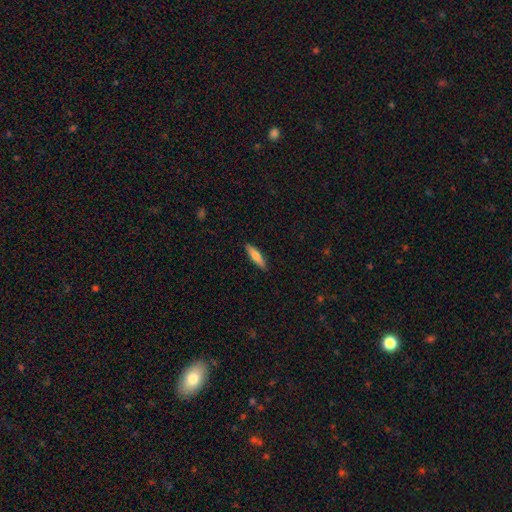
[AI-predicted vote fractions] This appears to be a smooth galaxy with no disk features (71%) that is cigar-shaped (75%). Merging: none (90%).